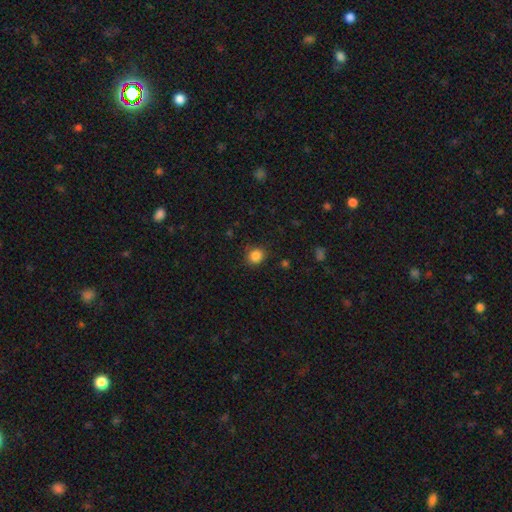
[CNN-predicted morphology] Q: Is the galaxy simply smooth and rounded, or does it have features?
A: smooth — 85%.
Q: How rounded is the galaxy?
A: round — 81%.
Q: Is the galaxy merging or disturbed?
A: none — 84%.